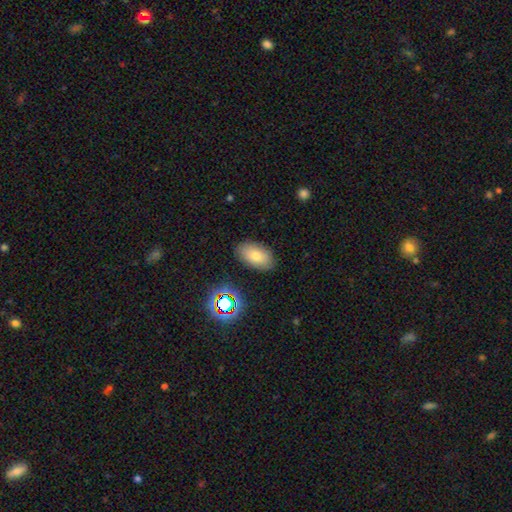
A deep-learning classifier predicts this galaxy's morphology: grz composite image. It shows a smooth galaxy with no disk features (73%) that is in between round and cigar-shaped (92%). Merging: none (85%).